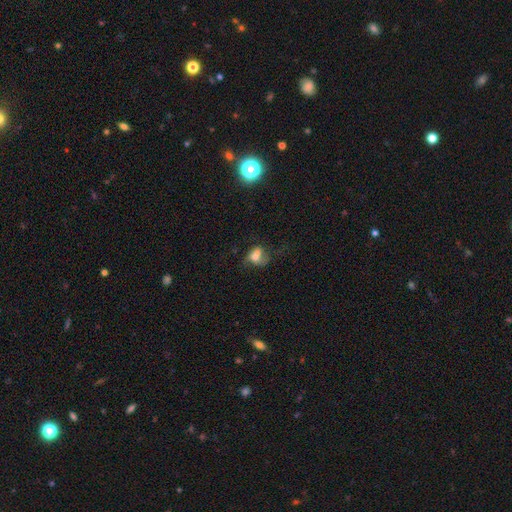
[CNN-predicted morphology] This appears to be a smooth galaxy with no disk features (59%) that is in between round and cigar-shaped (70%). Merging: major disturbance (35%).